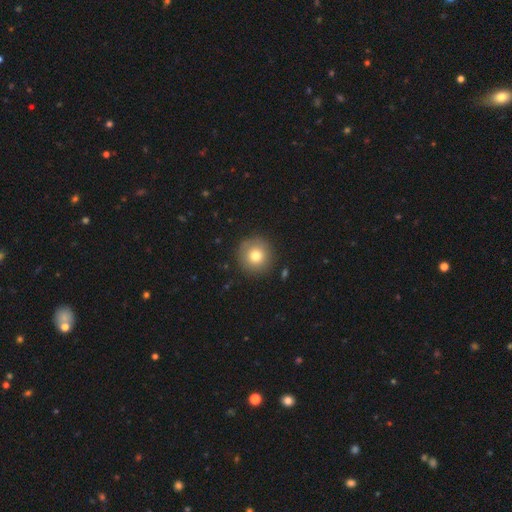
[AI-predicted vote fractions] Overall: smooth (77%). How rounded: round (95%). Merging: none (90%).